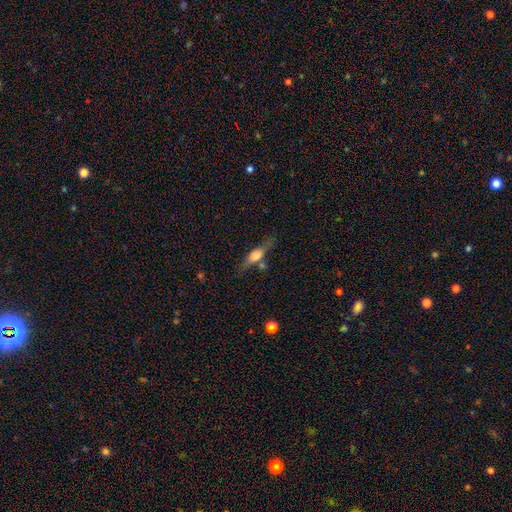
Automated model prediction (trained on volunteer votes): Q: Smooth or featured?
A: smooth (51%); runner-up: featured or disk (40%)
Q: How rounded?
A: cigar-shaped (50%); runner-up: in between (45%)
Q: Merging?
A: none (60%); runner-up: minor disturbance (20%)